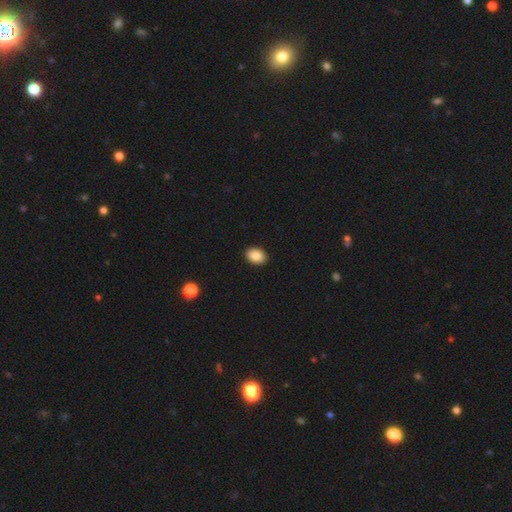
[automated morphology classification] Smooth or featured? Predicted: smooth (p=0.89). How rounded? Predicted: in between (p=0.78). Merging? Predicted: none (p=0.91).